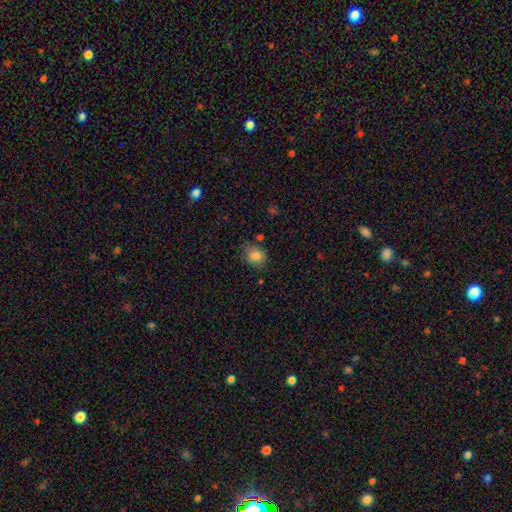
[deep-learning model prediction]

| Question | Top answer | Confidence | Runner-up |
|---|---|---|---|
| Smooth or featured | smooth | 82% | star or artifact (10%) |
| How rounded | round | 58% | in between (41%) |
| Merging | none | 72% | minor disturbance (20%) |